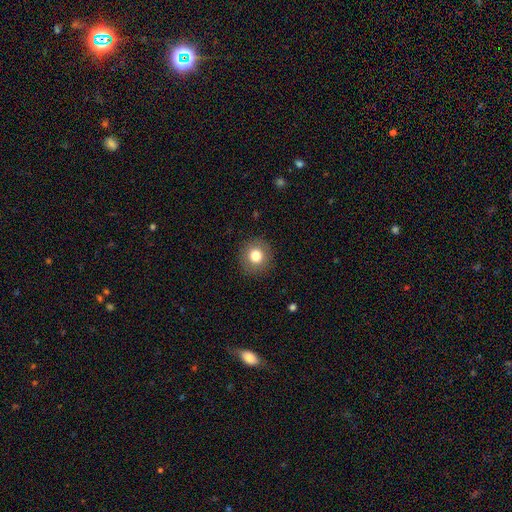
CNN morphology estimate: Q: Smooth or featured?
A: smooth (80%); runner-up: star or artifact (11%)
Q: How rounded?
A: round (93%); runner-up: in between (6%)
Q: Merging?
A: none (90%); runner-up: minor disturbance (6%)